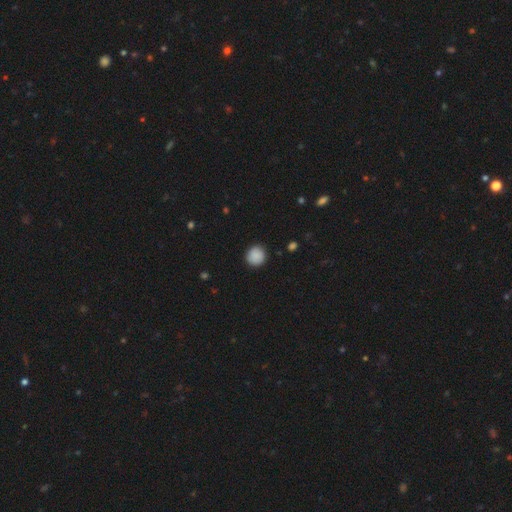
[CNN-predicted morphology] smooth_or_featured: smooth (p=0.88) [alt: star or artifact p=0.08]
how_rounded: round (p=0.92) [alt: in between p=0.07]
merging: none (p=0.89) [alt: minor disturbance p=0.08]